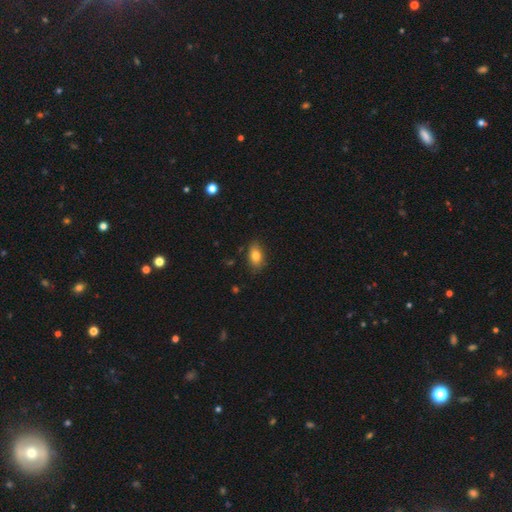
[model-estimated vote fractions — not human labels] Q: Smooth or featured?
A: smooth (81%); runner-up: featured or disk (10%)
Q: How rounded?
A: in between (87%); runner-up: round (10%)
Q: Merging?
A: none (81%); runner-up: minor disturbance (15%)